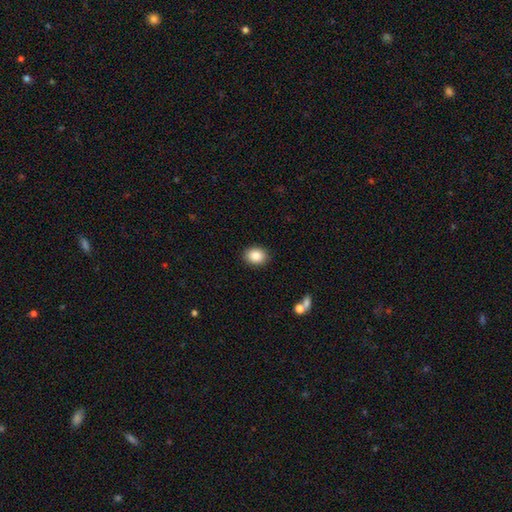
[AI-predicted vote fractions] This is clearly a smooth galaxy (86%). How rounded: possibly in between (59%). Merging: clearly none (90%).